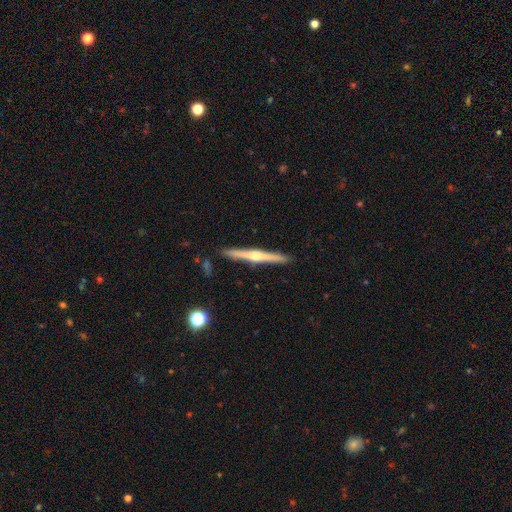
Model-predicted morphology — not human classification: The model was most divided on "smooth or featured": featured or disk: 72%, smooth: 22%, star or artifact: 6%. More confident: edge-on disk — yes (98%); merging — none (91%); edge-on bulge — rounded (87%).